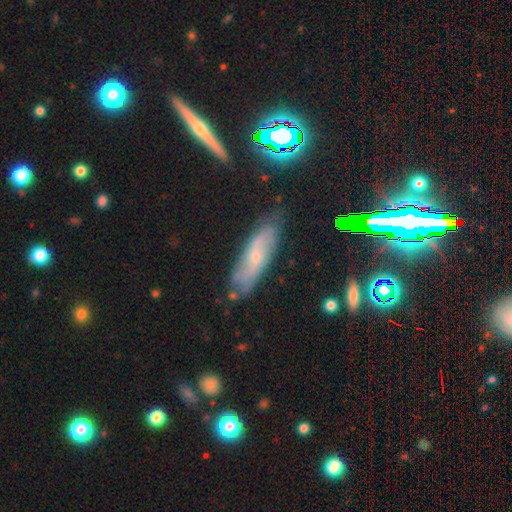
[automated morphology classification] Smooth or featured?
  - featured or disk: 52% *
  - smooth: 37%
  - star or artifact: 11%
Edge-on disk?
  - no: 71% *
  - yes: 29%
Merging?
  - none: 76% *
  - minor disturbance: 18%
  - major disturbance: 4%
  - merger: 2%